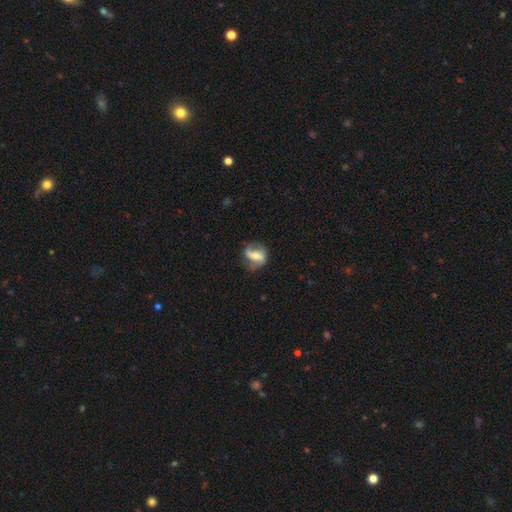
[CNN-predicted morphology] smooth_or_featured: featured or disk (p=0.67) [alt: smooth p=0.26]
disk_edge_on: no (p=0.95) [alt: yes p=0.05]
bar: strong (p=0.44) [alt: weak p=0.35]
has_spiral_arms: yes (p=0.82) [alt: no p=0.18]
spiral_winding: loose (p=0.49) [alt: medium p=0.35]
spiral_arm_count: 2 (p=0.78) [alt: 1 p=0.12]
bulge_size: moderate (p=0.46) [alt: small p=0.36]
merging: none (p=0.60) [alt: minor disturbance p=0.23]